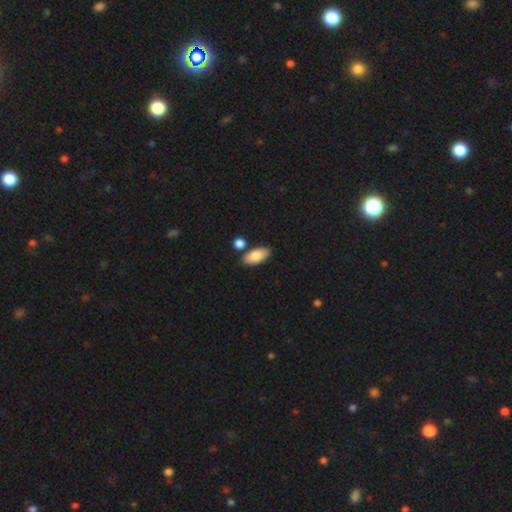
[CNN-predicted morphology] Smooth or featured? Predicted: smooth (p=0.83). How rounded? Predicted: in between (p=0.89). Merging? Predicted: none (p=0.78).